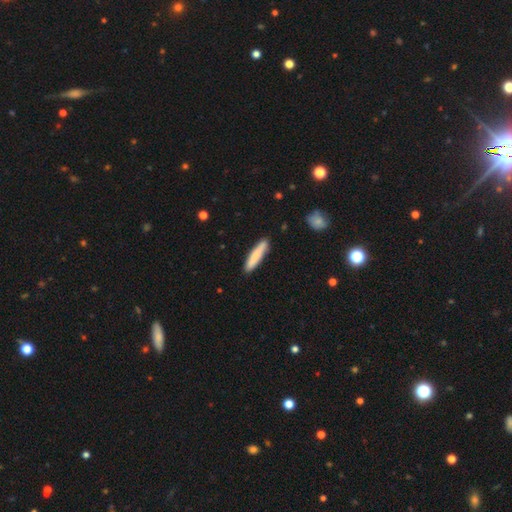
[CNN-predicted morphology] smooth 82%, featured or disk 13%, star or artifact 5%. Down the decision tree: how rounded — cigar-shaped (88%); merging — none (88%).